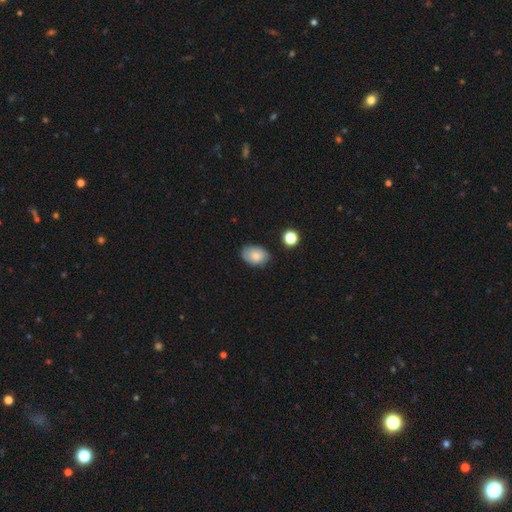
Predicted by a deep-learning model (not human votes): smooth-or-featured: smooth: 80% | featured or disk: 12% | star or artifact: 8%
  how-rounded: in between: 79% | round: 20% | cigar-shaped: 1%
  merging: none: 73% | minor disturbance: 21% | major disturbance: 4% | merger: 2%